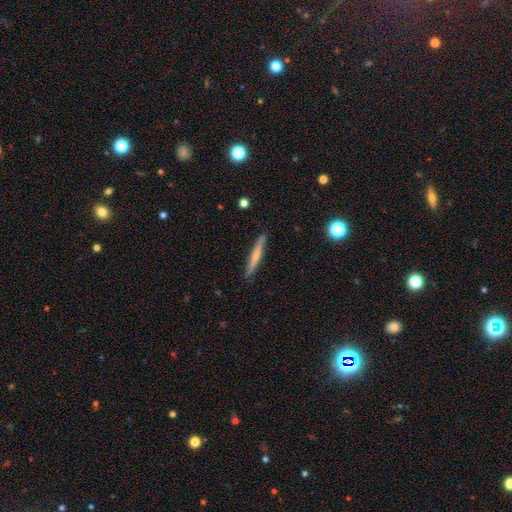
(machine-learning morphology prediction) smooth_or_featured: smooth (p=0.51) [alt: featured or disk p=0.43]
how_rounded: cigar-shaped (p=0.95) [alt: in between p=0.03]
merging: none (p=0.89) [alt: minor disturbance p=0.08]